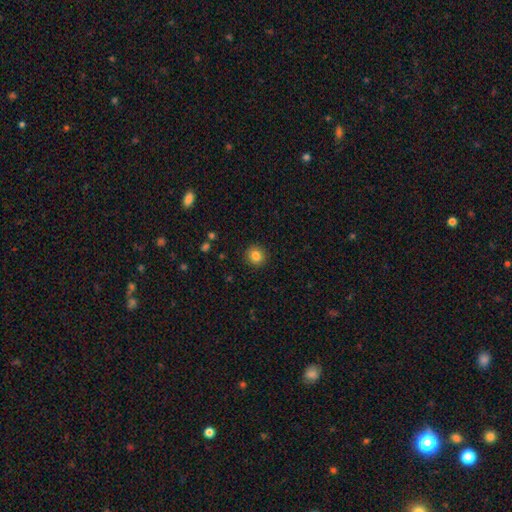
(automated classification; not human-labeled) Smooth or featured: smooth — 84% (star or artifact — 10%)
How rounded: round — 92% (in between — 7%)
Merging: none — 91% (minor disturbance — 6%)